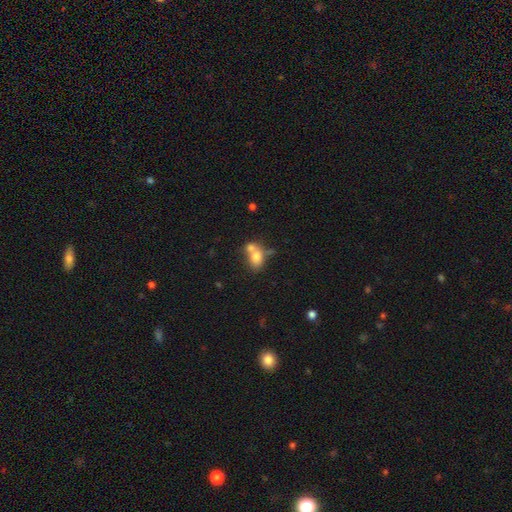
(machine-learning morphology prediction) smooth 73%, featured or disk 17%, star or artifact 10%. Down the decision tree: how rounded — in between (68%); merging — merger (57%).